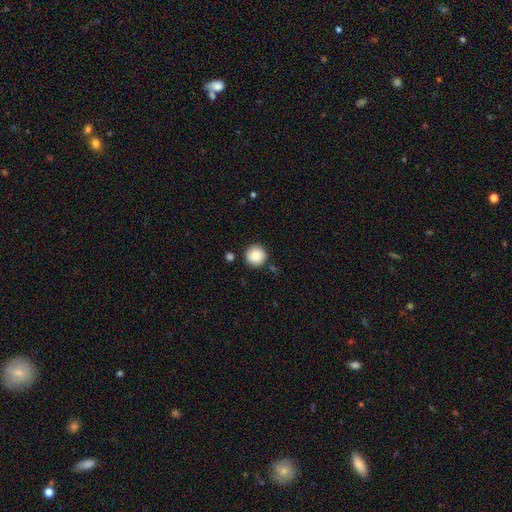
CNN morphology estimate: smooth-or-featured: smooth: 85% | star or artifact: 8% | featured or disk: 7%
  how-rounded: round: 96% | in between: 3% | cigar-shaped: 1%
  merging: none: 87% | minor disturbance: 8% | merger: 3% | major disturbance: 2%